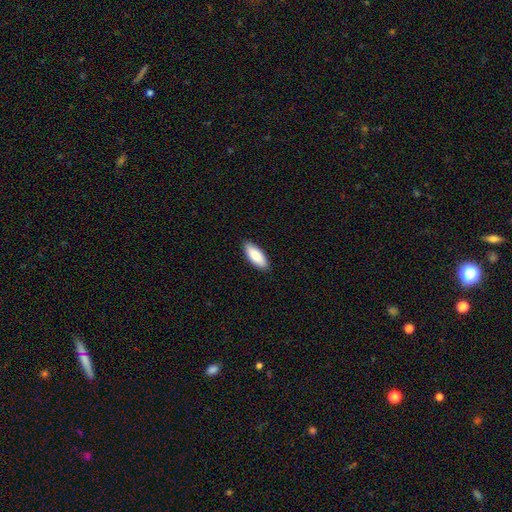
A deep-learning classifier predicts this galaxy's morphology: Smooth or featured: smooth — 86% (featured or disk — 9%)
How rounded: in between — 76% (cigar-shaped — 22%)
Merging: none — 89% (minor disturbance — 8%)